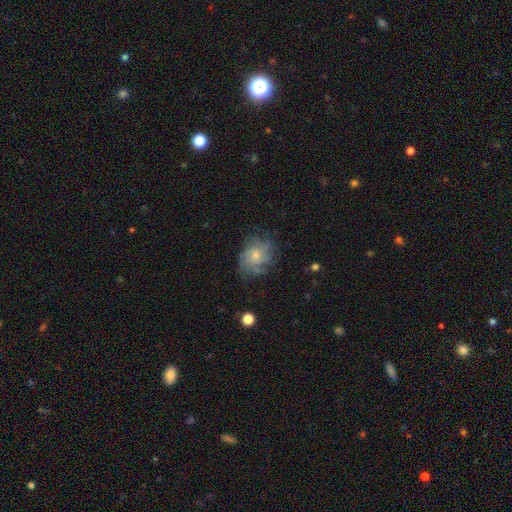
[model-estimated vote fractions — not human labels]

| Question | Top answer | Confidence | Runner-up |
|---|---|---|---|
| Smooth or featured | featured or disk | 63% | smooth (26%) |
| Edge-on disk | no | 97% | yes (3%) |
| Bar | no | 81% | weak (17%) |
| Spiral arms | yes | 85% | no (15%) |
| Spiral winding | tight | 49% | medium (35%) |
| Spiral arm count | can't tell | 46% | 4 (16%) |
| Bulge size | moderate | 48% | small (42%) |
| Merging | none | 69% | minor disturbance (19%) |